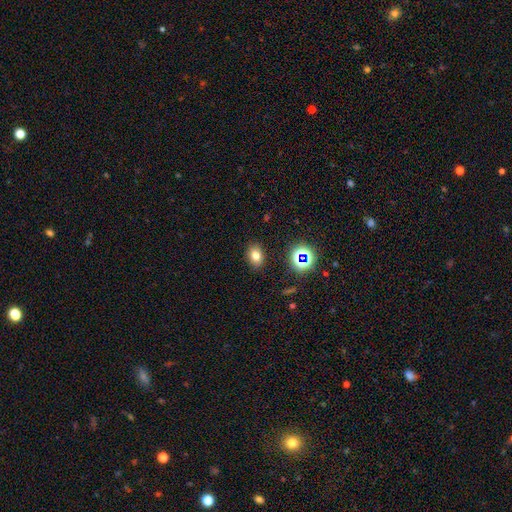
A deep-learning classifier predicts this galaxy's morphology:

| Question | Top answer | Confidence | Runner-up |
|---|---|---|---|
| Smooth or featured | smooth | 72% | star or artifact (18%) |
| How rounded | in between | 73% | round (26%) |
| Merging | none | 86% | minor disturbance (9%) |